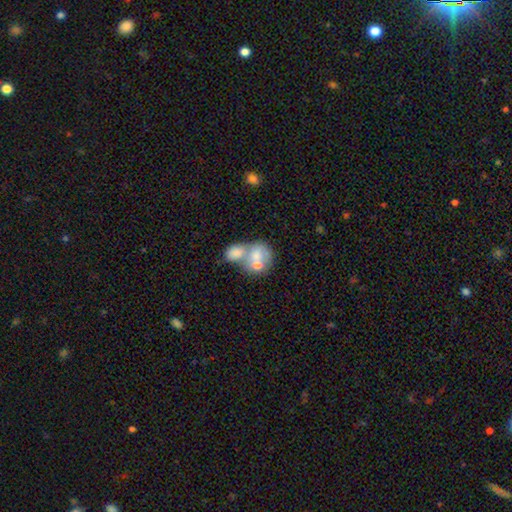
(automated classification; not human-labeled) Smooth or featured: smooth — 59% (featured or disk — 31%)
How rounded: in between — 52% (round — 47%)
Merging: merger — 68% (none — 17%)